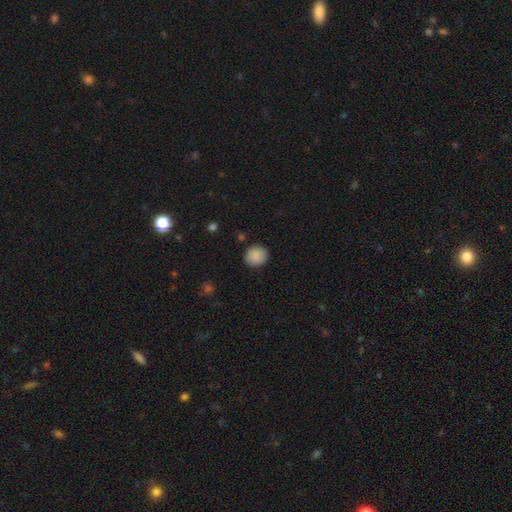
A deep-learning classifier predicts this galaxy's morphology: A smooth galaxy with no disk features (89%) that is round (87%).

Vote fractions:
- Smooth or featured? smooth: 89% / star or artifact: 8% / featured or disk: 3%
- How rounded? round: 87% / in between: 12% / cigar-shaped: 1%
- Merging? none: 90% / minor disturbance: 7% / major disturbance: 2% / merger: 1%